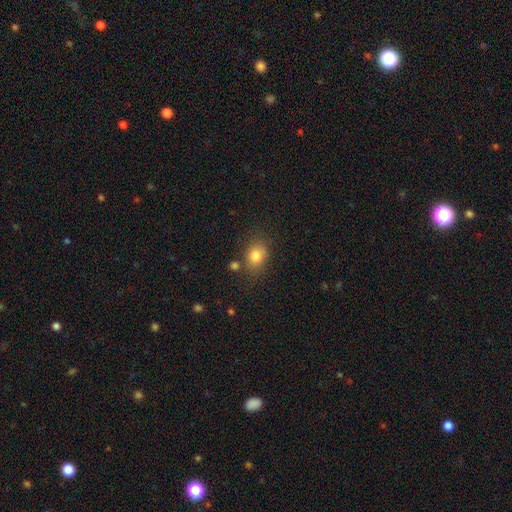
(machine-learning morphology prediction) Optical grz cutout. It shows a smooth galaxy with no disk features (81%) that is in between round and cigar-shaped (53%). Merging: none (73%).